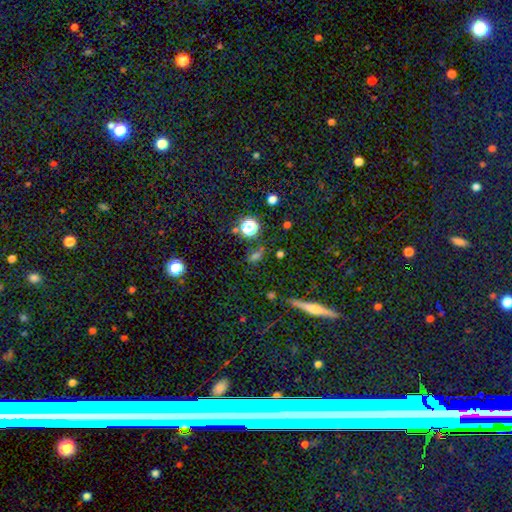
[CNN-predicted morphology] Smooth or featured: smooth — 47% (star or artifact — 36%)
Merging: none — 77% (minor disturbance — 12%)